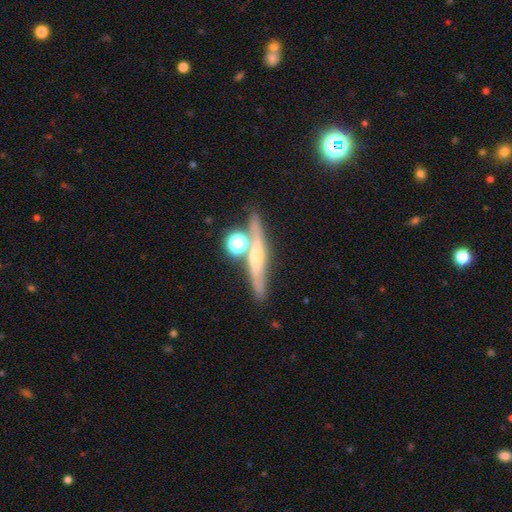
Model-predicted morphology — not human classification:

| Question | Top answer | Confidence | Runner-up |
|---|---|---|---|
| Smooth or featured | featured or disk | 61% | smooth (25%) |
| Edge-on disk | yes | 87% | no (13%) |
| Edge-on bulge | rounded | 67% | none (24%) |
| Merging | none | 64% | merger (17%) |